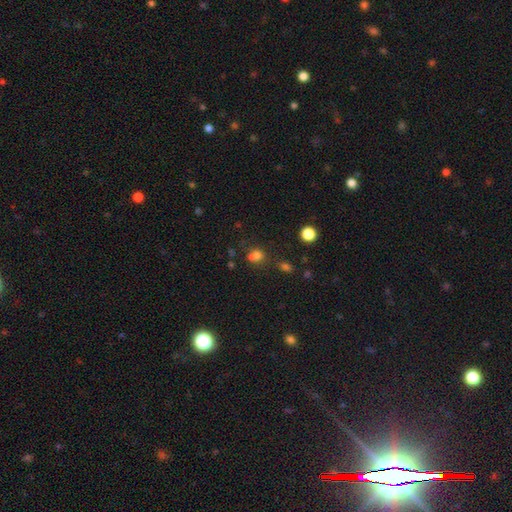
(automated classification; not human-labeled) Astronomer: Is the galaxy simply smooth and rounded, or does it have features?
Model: smooth — 70%.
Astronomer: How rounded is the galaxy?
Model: round — 71%.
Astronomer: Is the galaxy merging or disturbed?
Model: none — 46% (runner-up: merger, 35%).